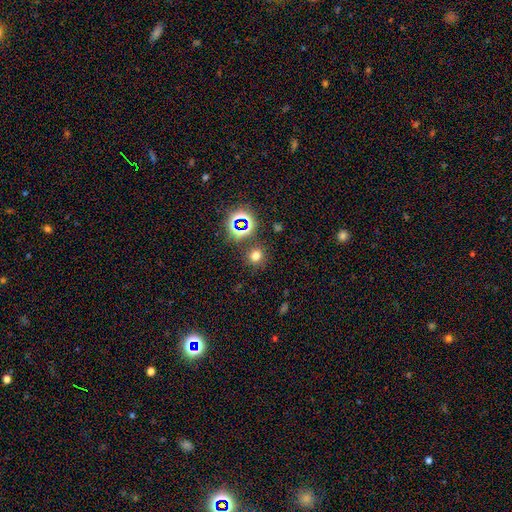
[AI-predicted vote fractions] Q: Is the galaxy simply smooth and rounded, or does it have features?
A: smooth — 65%.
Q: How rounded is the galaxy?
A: round — 85%.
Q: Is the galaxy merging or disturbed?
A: none — 84%.